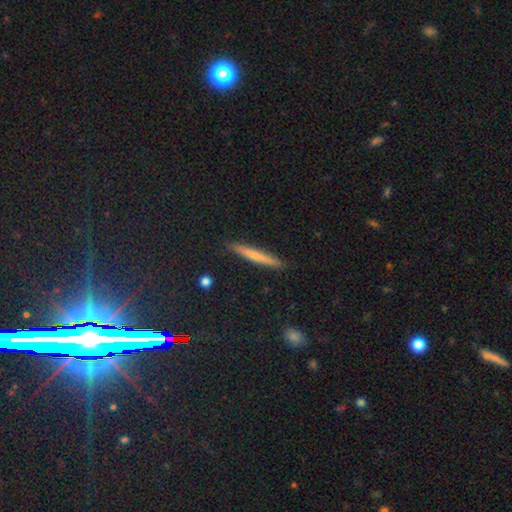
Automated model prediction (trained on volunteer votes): A smooth galaxy with no disk features (63%) that is cigar-shaped (95%). Merging: none (90%).